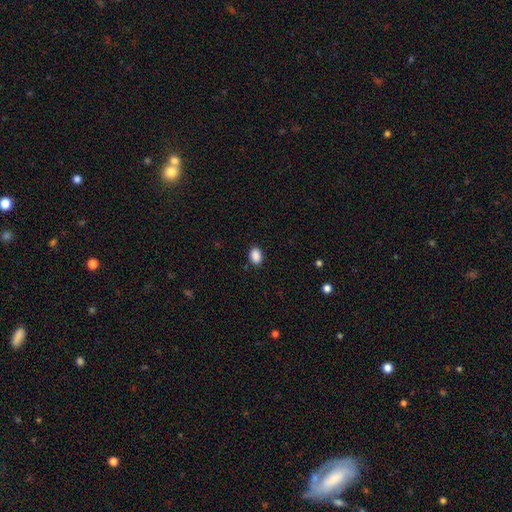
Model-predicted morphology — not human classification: type=smooth (89%); roundness=in between (78%); merging=none (87%).